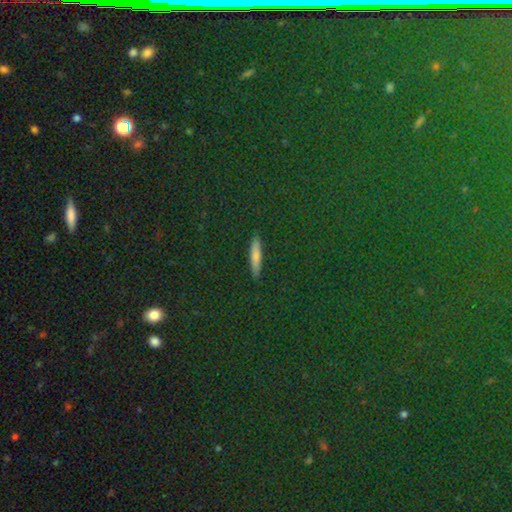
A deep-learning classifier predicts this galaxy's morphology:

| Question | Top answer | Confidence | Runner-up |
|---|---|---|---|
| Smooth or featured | smooth | 68% | star or artifact (17%) |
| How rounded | cigar-shaped | 80% | in between (15%) |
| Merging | none | 89% | minor disturbance (7%) |